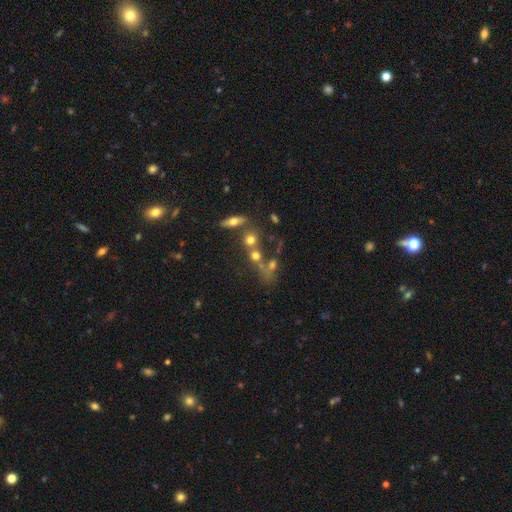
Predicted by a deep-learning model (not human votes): This appears to be a smooth galaxy with no disk features (51%) that is round (67%). Merging: merger (46%).